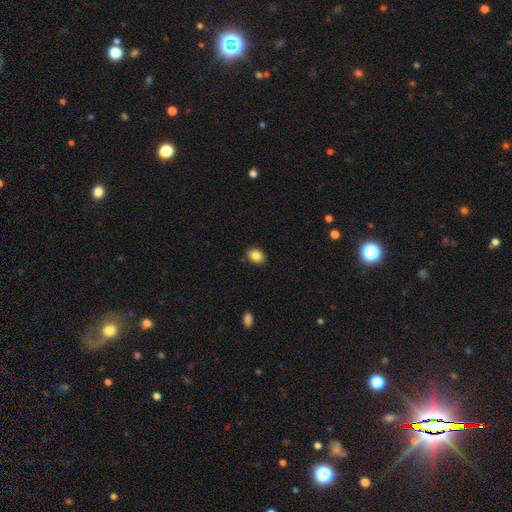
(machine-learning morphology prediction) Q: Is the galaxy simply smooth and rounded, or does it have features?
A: smooth — 85%.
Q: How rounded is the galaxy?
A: in between — 71%.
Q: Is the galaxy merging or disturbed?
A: none — 87%.